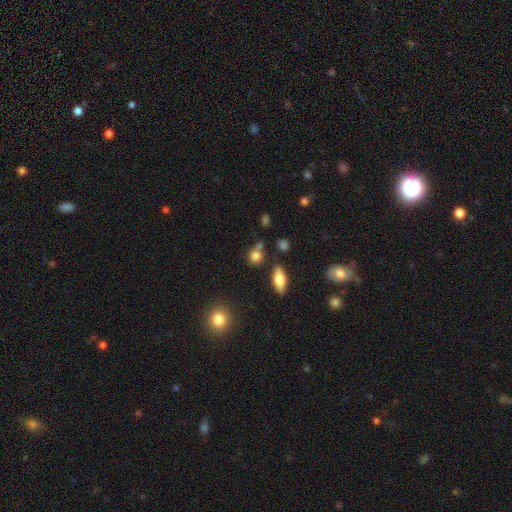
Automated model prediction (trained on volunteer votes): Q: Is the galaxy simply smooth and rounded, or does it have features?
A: smooth — 81%.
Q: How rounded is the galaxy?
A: round — 73%.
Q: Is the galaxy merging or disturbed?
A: none — 64%.